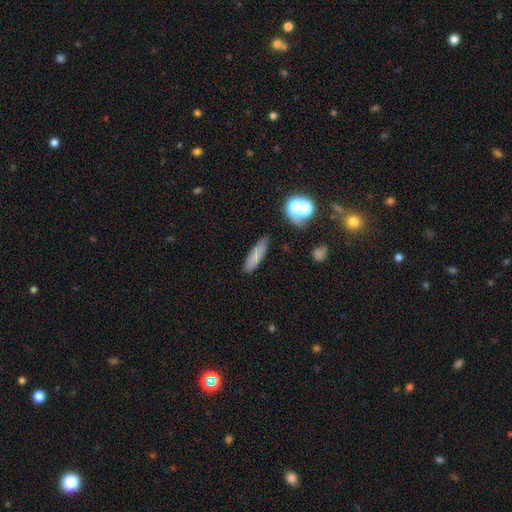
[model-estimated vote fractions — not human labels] A smooth galaxy with no disk features (76%) that is cigar-shaped (70%).

Vote fractions:
- Smooth or featured? smooth: 76% / featured or disk: 13% / star or artifact: 11%
- How rounded? cigar-shaped: 70% / in between: 26% / round: 4%
- Merging? none: 83% / minor disturbance: 12% / major disturbance: 3% / merger: 2%